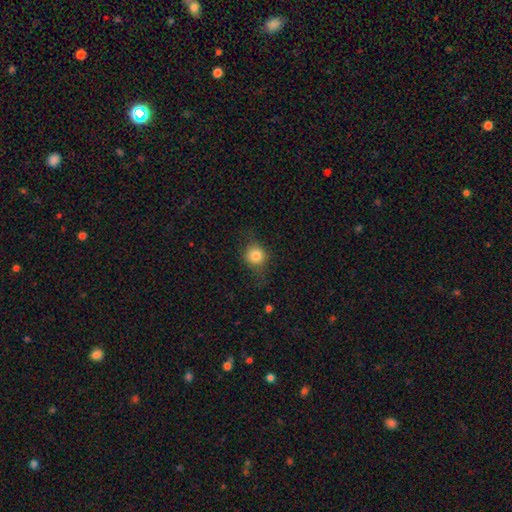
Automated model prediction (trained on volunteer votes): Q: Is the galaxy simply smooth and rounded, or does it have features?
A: smooth — 77%.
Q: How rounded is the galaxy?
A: round — 83%.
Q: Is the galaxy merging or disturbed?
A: none — 71%.